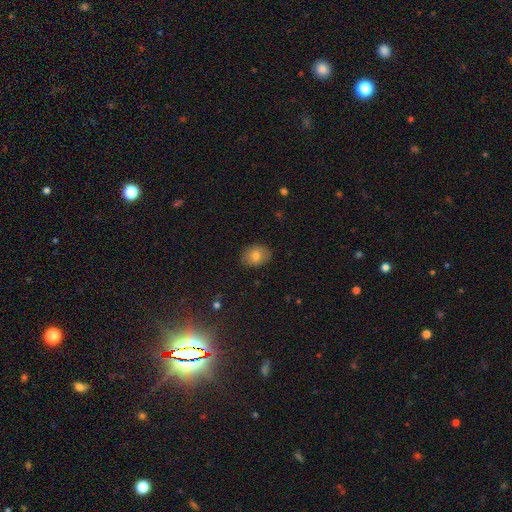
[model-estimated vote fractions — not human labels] Morphology: type=smooth (76%); roundness=in between (62%); merging=none (86%).